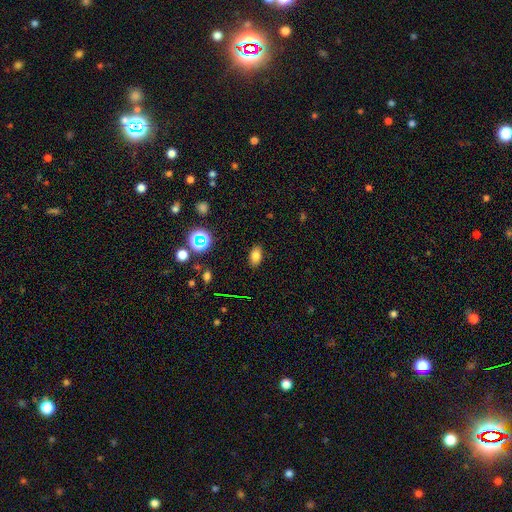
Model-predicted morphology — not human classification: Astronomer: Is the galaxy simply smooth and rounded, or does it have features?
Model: smooth — 78%.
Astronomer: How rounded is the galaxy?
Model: in between — 88%.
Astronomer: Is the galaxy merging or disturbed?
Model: none — 87%.